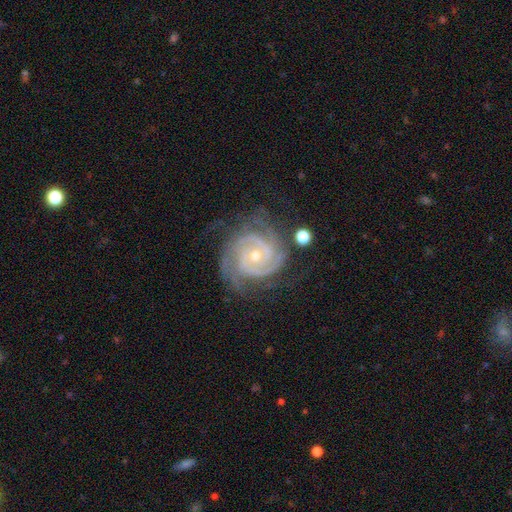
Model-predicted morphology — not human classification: A featured or disk galaxy (92%) with no bar (70%), 3 (36%) tight (77%) spiral arms (99%) and a small central bulge (61%).

Vote fractions:
- Smooth or featured? featured or disk: 92% / star or artifact: 5% / smooth: 3%
- Edge-on disk? no: 98% / yes: 2%
- Bar? no: 70% / weak: 22% / strong: 8%
- Spiral arms? yes: 99% / no: 1%
- Spiral winding? tight: 77% / medium: 21% / loose: 2%
- Spiral arm count? 3: 36% / 2: 33% / 4: 11% / can't tell: 10% / more than 4: 5% / 1: 5%
- Bulge size? small: 61% / moderate: 37% / large: 1% / none: 1% / dominant: 1%
- Merging? none: 70% / minor disturbance: 20% / major disturbance: 8% / merger: 2%